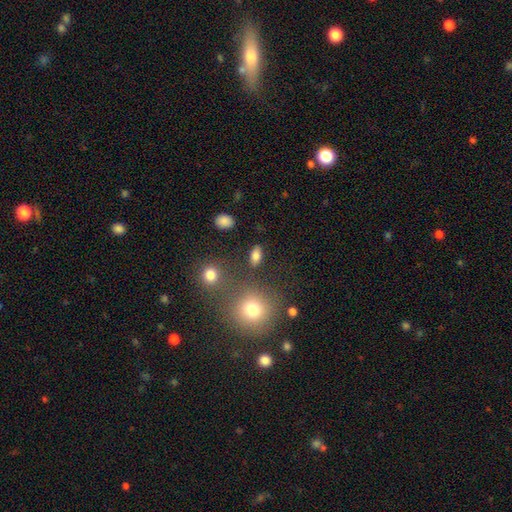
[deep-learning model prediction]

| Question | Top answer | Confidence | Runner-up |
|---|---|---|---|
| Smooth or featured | smooth | 80% | star or artifact (11%) |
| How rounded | in between | 85% | round (9%) |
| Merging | none | 84% | minor disturbance (9%) |